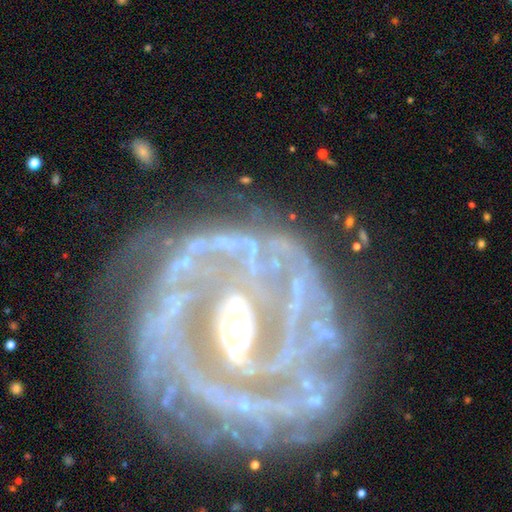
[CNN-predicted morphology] type=featured or disk (83%); edge-on=no (96%); bar=strong (46%); spiral arms=yes (84%); winding=tight (40%); arm count=2 (42%); bulge=moderate (56%); merging=none (52%).